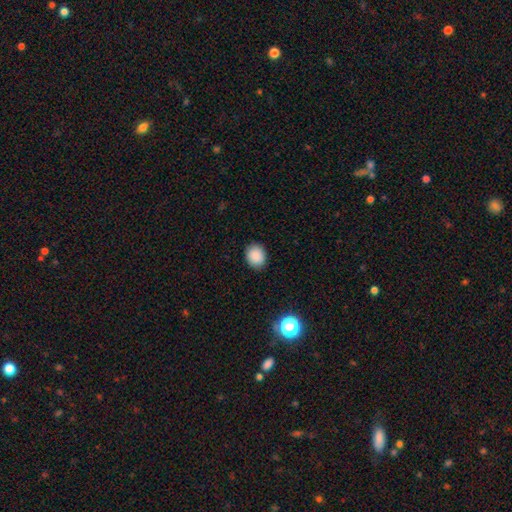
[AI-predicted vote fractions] Smooth or featured? smooth (88%)
How rounded? round (59%)
Merging? none (88%)